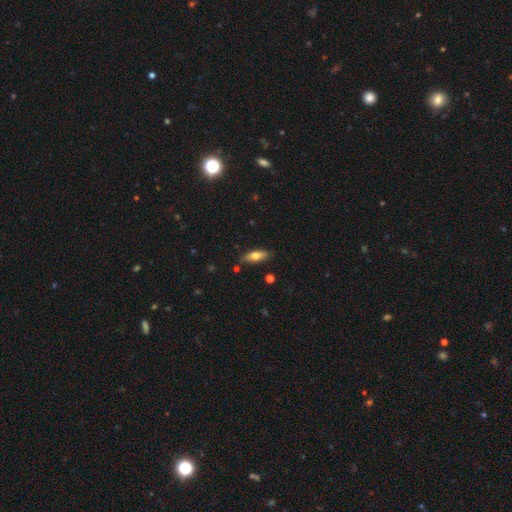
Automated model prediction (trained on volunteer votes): smooth-or-featured: smooth: 63% | featured or disk: 30% | star or artifact: 6%
  how-rounded: in between: 59% | cigar-shaped: 38% | round: 3%
  merging: none: 81% | minor disturbance: 14% | merger: 2% | major disturbance: 2%